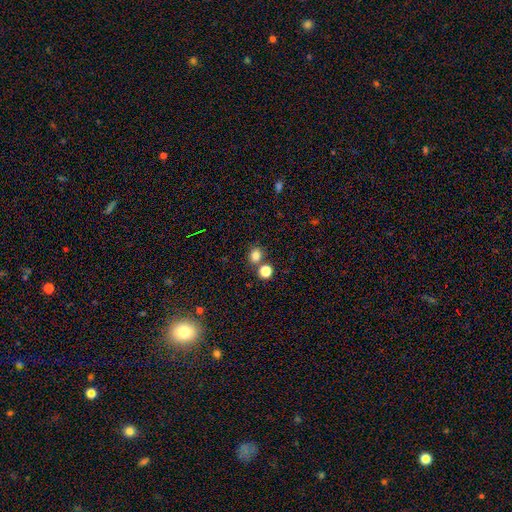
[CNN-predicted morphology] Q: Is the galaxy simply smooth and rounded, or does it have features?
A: smooth — 80%.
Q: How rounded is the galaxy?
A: round — 73%.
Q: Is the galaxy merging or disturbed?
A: none — 70%.